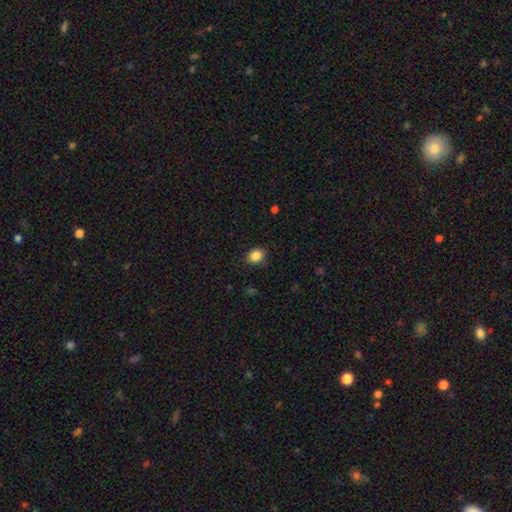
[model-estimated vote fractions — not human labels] smooth 86%, star or artifact 10%, featured or disk 4%. Down the decision tree: how rounded — round (65%); merging — none (85%).